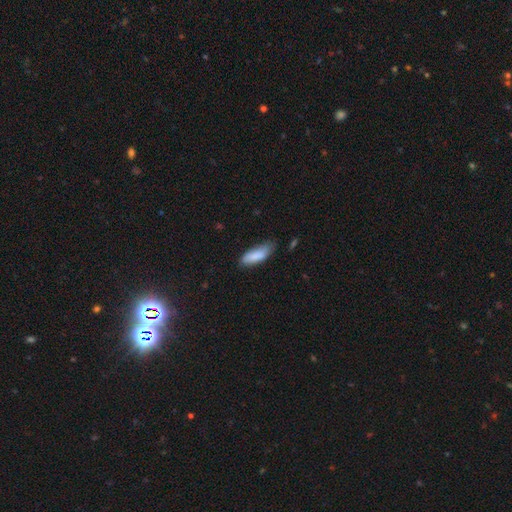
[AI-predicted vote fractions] Q: Smooth or featured?
A: smooth (85%); runner-up: featured or disk (9%)
Q: How rounded?
A: in between (61%); runner-up: cigar-shaped (37%)
Q: Merging?
A: none (58%); runner-up: minor disturbance (33%)